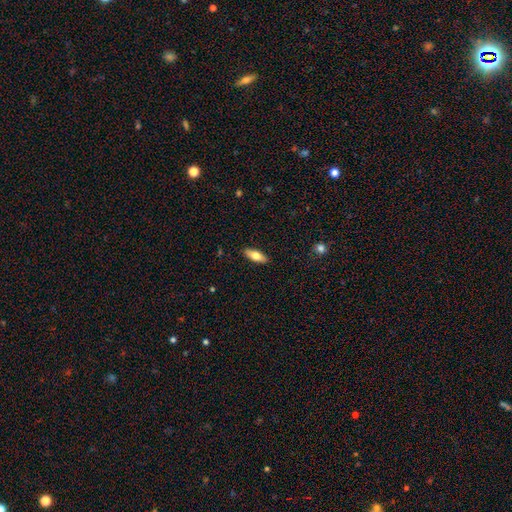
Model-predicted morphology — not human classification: This is likely a smooth galaxy (70%). How rounded: likely in between (67%). Merging: clearly none (89%).